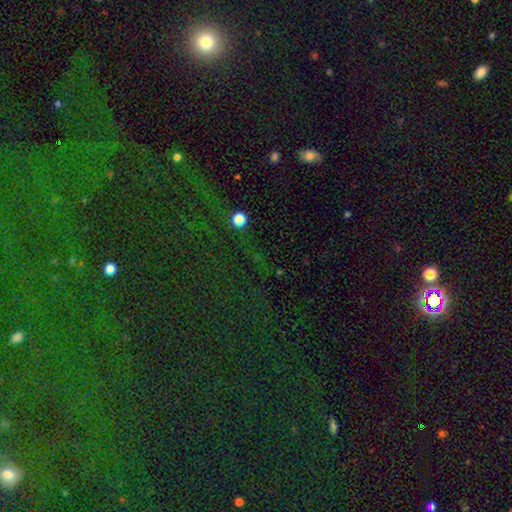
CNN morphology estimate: type=star or artifact (78%).